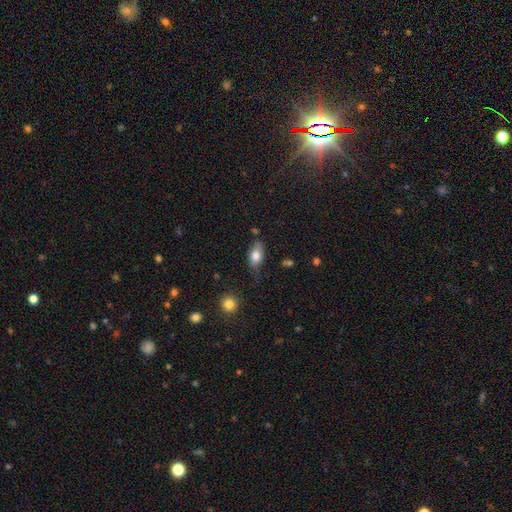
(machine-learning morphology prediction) A smooth galaxy with no disk features (76%) that is in between round and cigar-shaped (88%).

Vote fractions:
- Smooth or featured? smooth: 76% / featured or disk: 16% / star or artifact: 8%
- How rounded? in between: 88% / cigar-shaped: 6% / round: 6%
- Merging? none: 61% / minor disturbance: 28% / major disturbance: 7% / merger: 4%